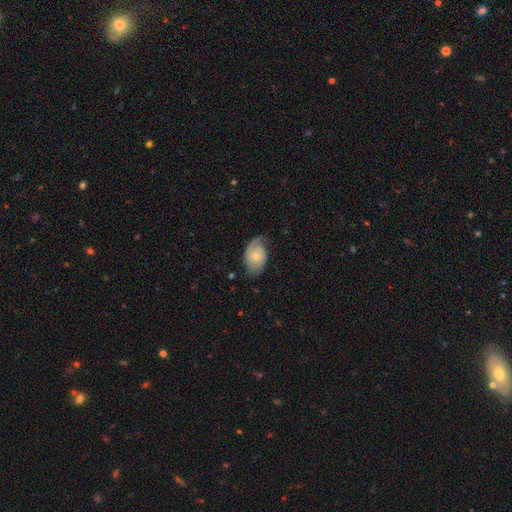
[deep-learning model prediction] Overall: featured or disk (51%; smooth 43%). Edge-on disk: no (95%). Merging: none (59%; minor disturbance 28%).